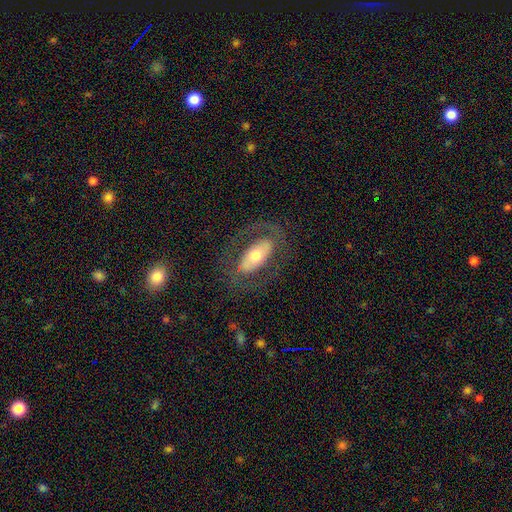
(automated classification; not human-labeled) Smooth or featured? featured or disk (58%)
Edge-on disk? no (89%)
Bar? no (54%)
Spiral arms? no (60%)
Bulge size? moderate (62%)
Merging? none (73%)